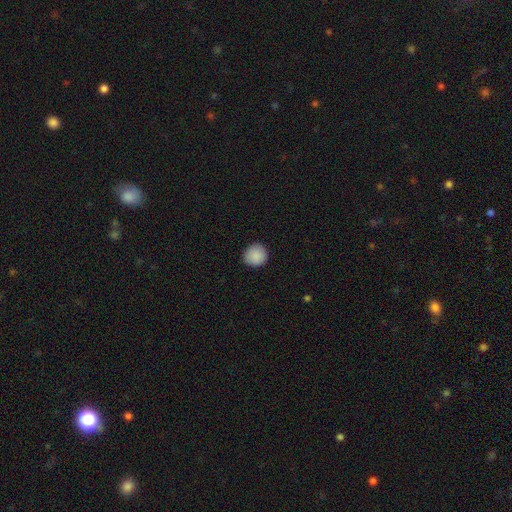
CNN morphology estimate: smooth 90%, star or artifact 7%, featured or disk 3%. Down the decision tree: how rounded — round (91%); merging — none (90%).